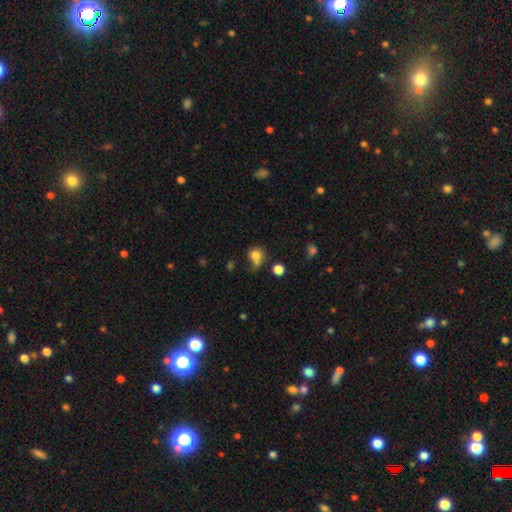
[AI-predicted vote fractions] Smooth or featured? smooth (76%)
How rounded? round (75%)
Merging? none (43%)